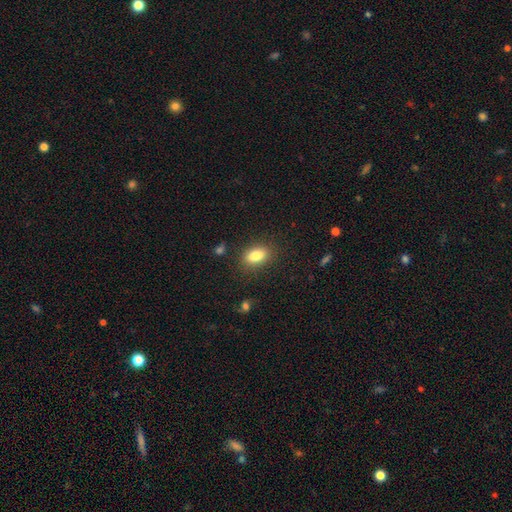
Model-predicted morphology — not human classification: A smooth galaxy with no disk features (84%) that is in between round and cigar-shaped (87%).

Vote fractions:
- Smooth or featured? smooth: 84% / star or artifact: 8% / featured or disk: 8%
- How rounded? in between: 87% / round: 9% / cigar-shaped: 3%
- Merging? none: 85% / minor disturbance: 10% / major disturbance: 3% / merger: 2%